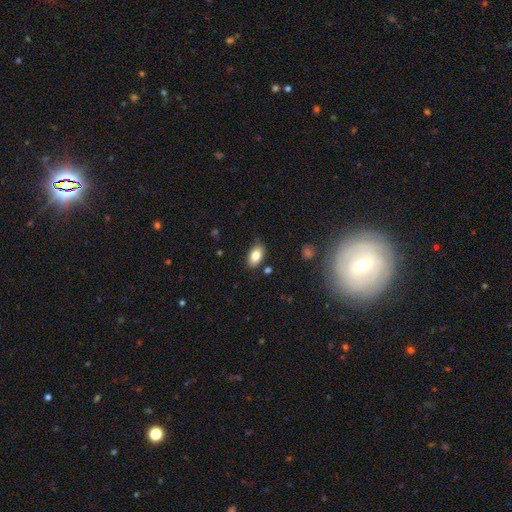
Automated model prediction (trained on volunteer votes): This appears to be a smooth galaxy with no disk features (82%) that is in between round and cigar-shaped (93%). Merging: none (82%).